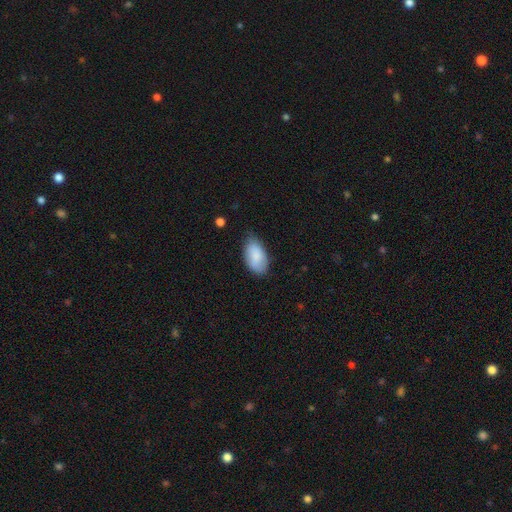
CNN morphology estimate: Smooth or featured? smooth (84%)
How rounded? in between (95%)
Merging? none (60%)